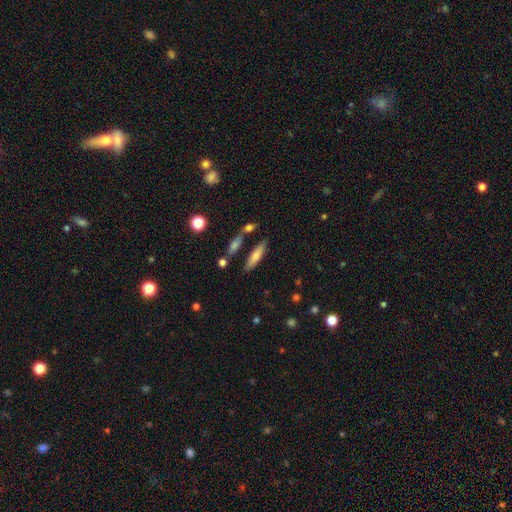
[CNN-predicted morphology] Smooth or featured? Predicted: smooth (p=0.73). How rounded? Predicted: cigar-shaped (p=0.69). Merging? Predicted: none (p=0.75).